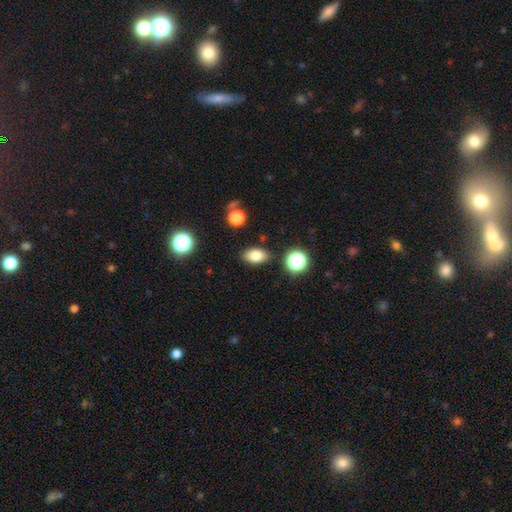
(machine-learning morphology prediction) Smooth or featured? smooth (80%)
How rounded? in between (86%)
Merging? none (85%)